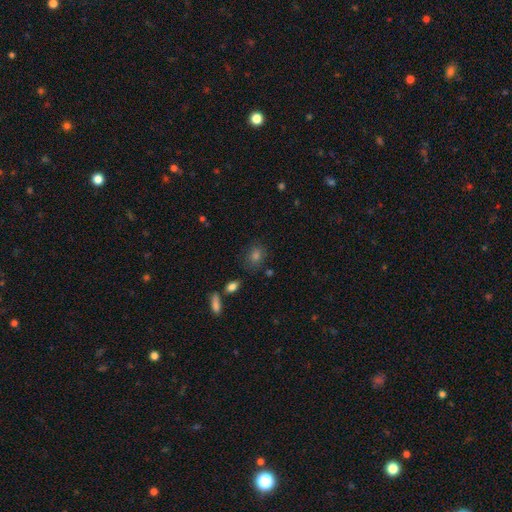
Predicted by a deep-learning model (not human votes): Overall: smooth (76%). How rounded: round (56%; in between 42%). Merging: none (79%).